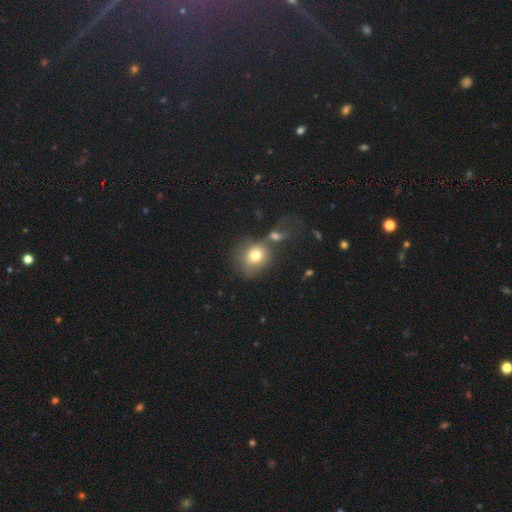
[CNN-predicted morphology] Smooth or featured: smooth — 76% (featured or disk — 14%)
How rounded: round — 66% (in between — 33%)
Merging: none — 41% (merger — 33%)